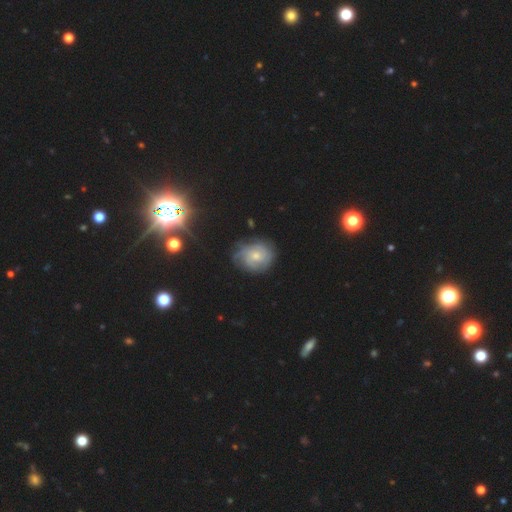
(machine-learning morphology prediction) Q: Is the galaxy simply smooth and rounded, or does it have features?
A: featured or disk — 61%.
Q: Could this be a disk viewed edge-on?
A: no — 97%.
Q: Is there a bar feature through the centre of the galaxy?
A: no — 78%.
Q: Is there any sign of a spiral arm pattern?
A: yes — 85%.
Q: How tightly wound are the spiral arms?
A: tight — 64%.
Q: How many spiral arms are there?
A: can't tell — 53%.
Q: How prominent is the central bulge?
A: small — 50%.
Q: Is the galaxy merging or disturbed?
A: none — 66%.